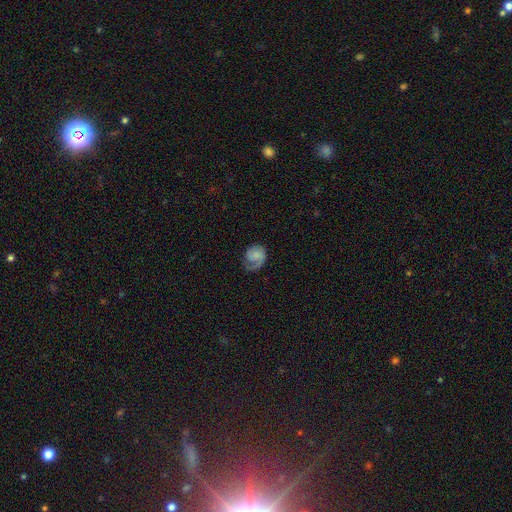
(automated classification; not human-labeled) Smooth or featured?
  - featured or disk: 56% *
  - smooth: 37%
  - star or artifact: 7%
Edge-on disk?
  - no: 98% *
  - yes: 2%
Bar?
  - no: 70% *
  - weak: 26%
  - strong: 4%
Spiral arms?
  - yes: 90% *
  - no: 10%
Bulge size?
  - none: 35% * (tied)
  - small: 35% * (tied)
  - moderate: 20%
  - large: 7%
  - dominant: 2%
Merging?
  - none: 52% *
  - minor disturbance: 24%
  - major disturbance: 22%
  - merger: 2%